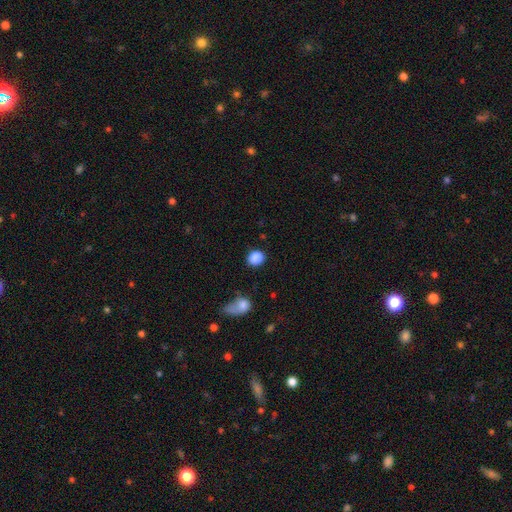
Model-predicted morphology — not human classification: A smooth galaxy with no disk features (87%) that is round (70%). Merging: none (79%).